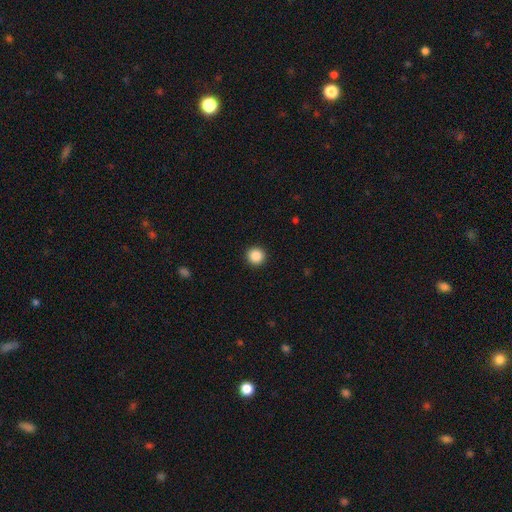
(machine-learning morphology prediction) smooth-or-featured: smooth: 87% | star or artifact: 10% | featured or disk: 3%
  how-rounded: round: 96% | in between: 3% | cigar-shaped: 1%
  merging: none: 93% | minor disturbance: 4% | major disturbance: 2% | merger: 1%